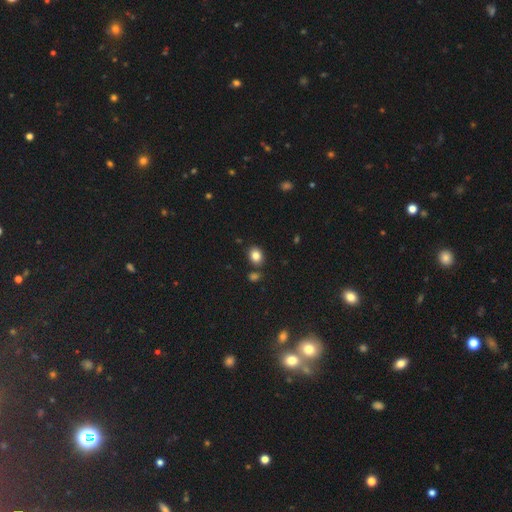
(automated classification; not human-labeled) smooth-or-featured: smooth: 83% | star or artifact: 11% | featured or disk: 6%
  how-rounded: in between: 53% | round: 46% | cigar-shaped: 1%
  merging: none: 80% | minor disturbance: 9% | merger: 8% | major disturbance: 2%